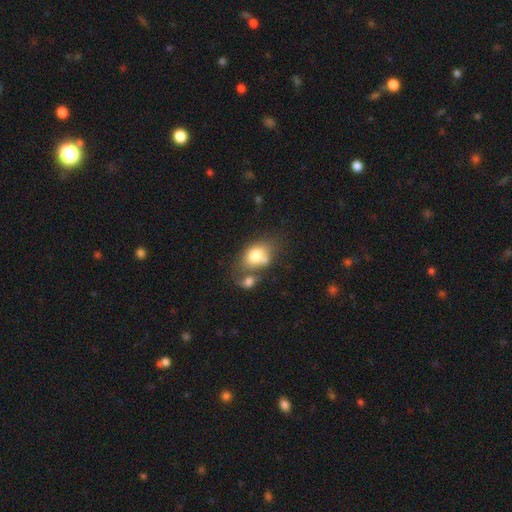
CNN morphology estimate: A smooth galaxy with no disk features (74%) that is in between round and cigar-shaped (70%). Merging: merger (42%).